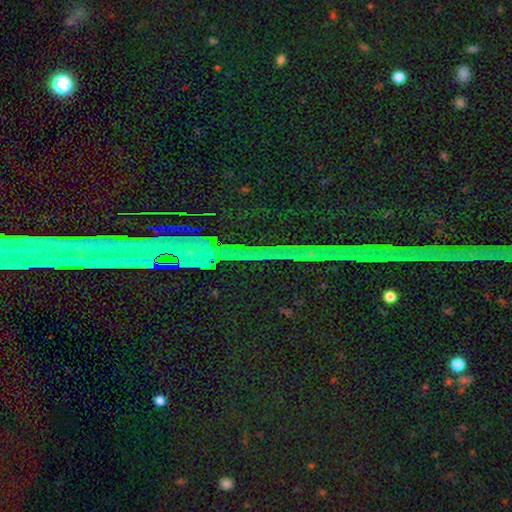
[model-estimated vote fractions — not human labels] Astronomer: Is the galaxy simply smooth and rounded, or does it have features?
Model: star or artifact — 85%.